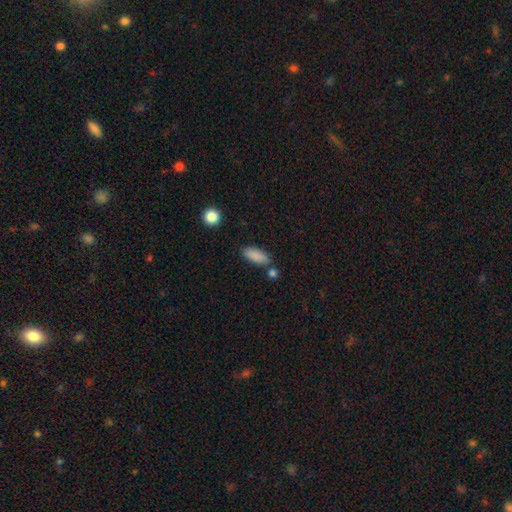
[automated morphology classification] smooth_or_featured: smooth (p=0.87) [alt: star or artifact p=0.07]
how_rounded: in between (p=0.76) [alt: cigar-shaped p=0.21]
merging: none (p=0.72) [alt: minor disturbance p=0.16]